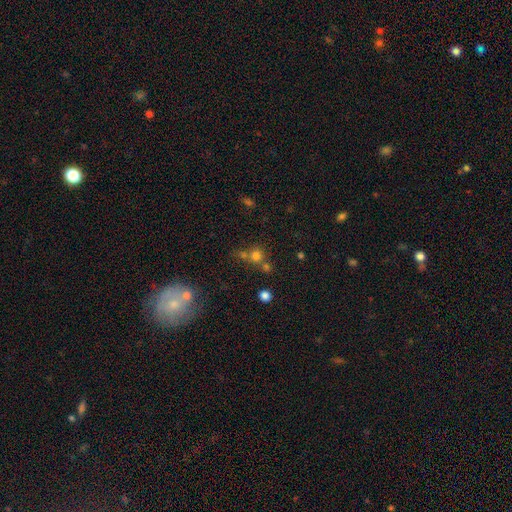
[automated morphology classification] A smooth galaxy with no disk features (69%) that is round (89%).

Vote fractions:
- Smooth or featured? smooth: 69% / star or artifact: 21% / featured or disk: 10%
- How rounded? round: 89% / in between: 9% / cigar-shaped: 1%
- Merging? none: 55% / merger: 32% / minor disturbance: 8% / major disturbance: 5%